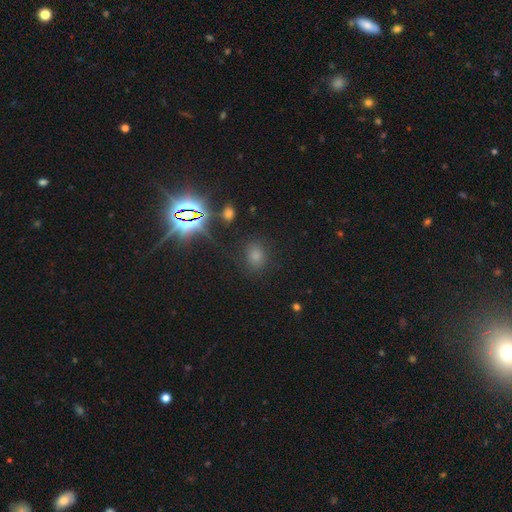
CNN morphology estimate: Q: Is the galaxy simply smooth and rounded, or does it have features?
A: smooth — 68%.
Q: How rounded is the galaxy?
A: in between — 51%.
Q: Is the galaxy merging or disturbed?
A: none — 79%.